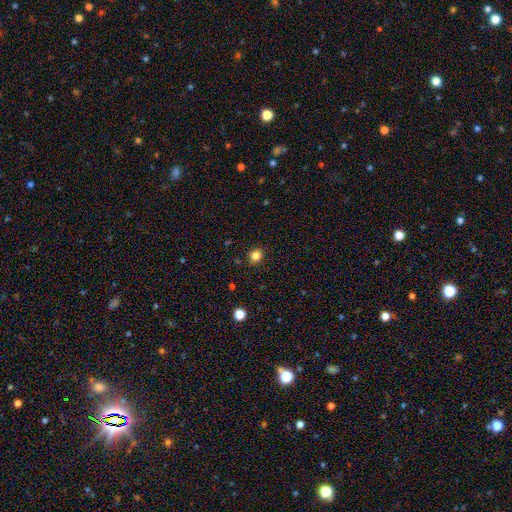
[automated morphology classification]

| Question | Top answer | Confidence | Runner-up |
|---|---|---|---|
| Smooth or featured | smooth | 83% | star or artifact (12%) |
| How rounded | round | 71% | in between (28%) |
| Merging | none | 88% | minor disturbance (8%) |